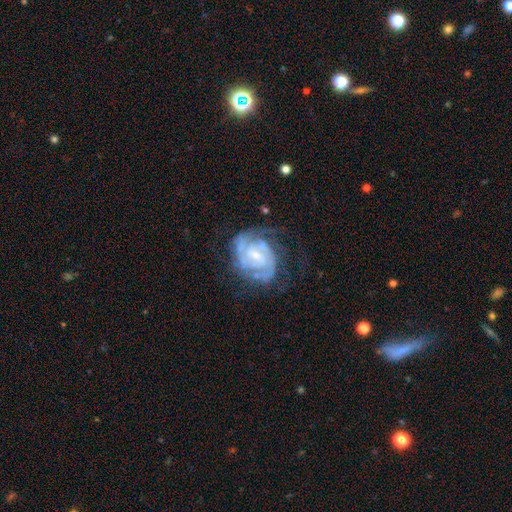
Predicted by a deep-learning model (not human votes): Q: Smooth or featured?
A: featured or disk (87%); runner-up: smooth (8%)
Q: Edge-on disk?
A: no (98%); runner-up: yes (2%)
Q: Bar?
A: weak (54%); runner-up: no (29%)
Q: Spiral arms?
A: yes (96%); runner-up: no (4%)
Q: Spiral winding?
A: tight (58%); runner-up: medium (35%)
Q: Spiral arm count?
A: 2 (48%); runner-up: can't tell (23%)
Q: Bulge size?
A: small (63%); runner-up: moderate (28%)
Q: Merging?
A: none (59%); runner-up: minor disturbance (22%)